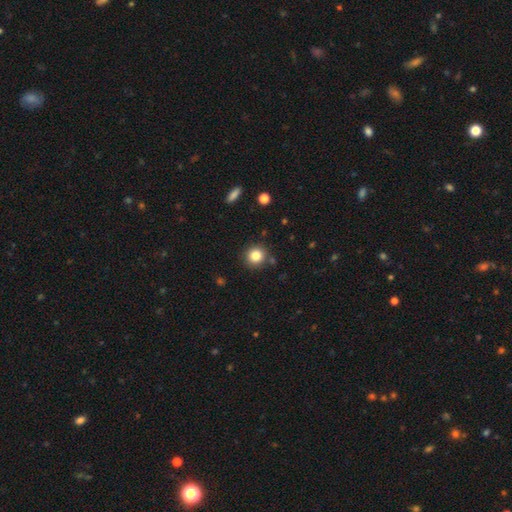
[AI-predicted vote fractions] Morphology: type=smooth (83%); roundness=round (91%); merging=none (86%).